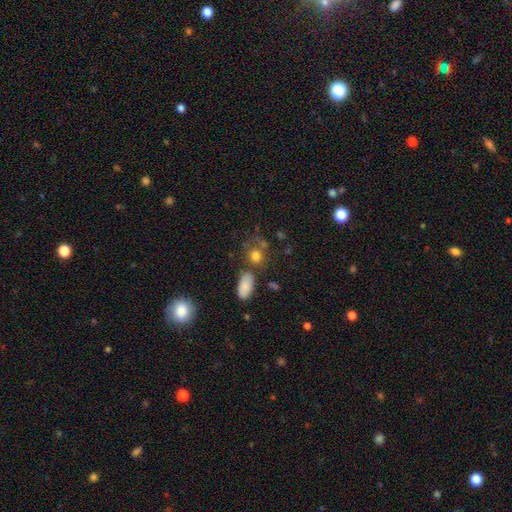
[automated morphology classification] smooth-or-featured: smooth: 79% | star or artifact: 12% | featured or disk: 9%
  how-rounded: round: 65% | in between: 33% | cigar-shaped: 2%
  merging: none: 60% | minor disturbance: 16% | merger: 15% | major disturbance: 9%